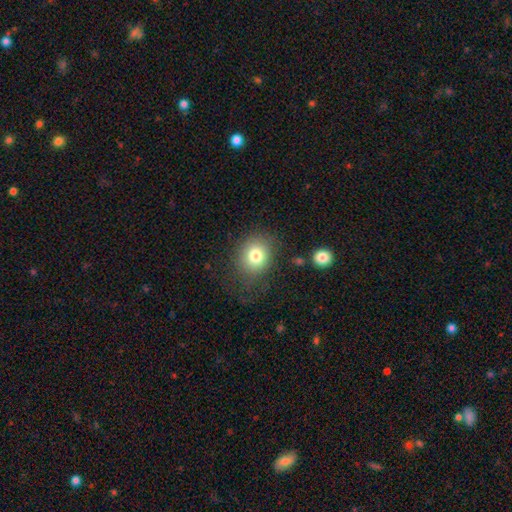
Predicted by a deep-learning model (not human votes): Overall: smooth (79%). How rounded: round (67%; in between 32%). Merging: none (71%).